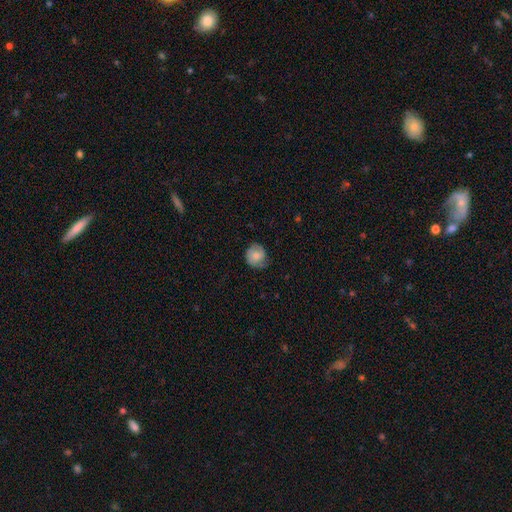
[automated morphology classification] This appears to be a smooth galaxy with no disk features (67%) that is round (82%). Merging: none (61%).